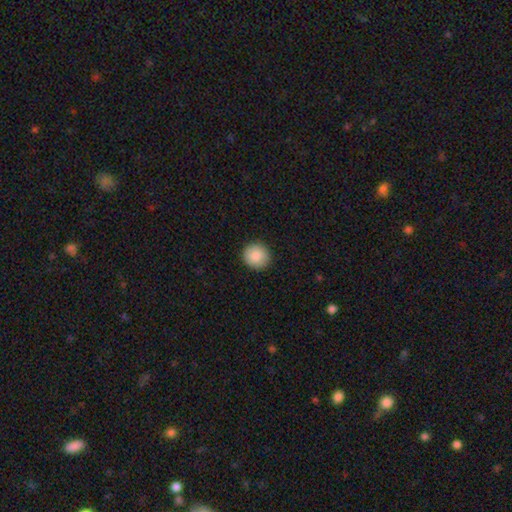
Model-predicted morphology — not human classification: This appears to be a smooth galaxy with no disk features (88%) that is round (92%). Merging: none (92%).